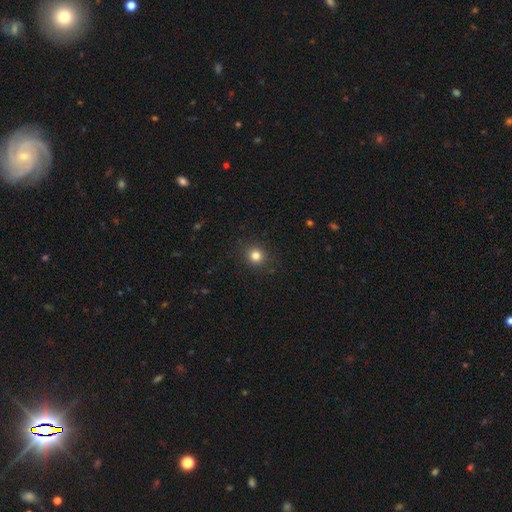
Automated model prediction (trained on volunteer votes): Smooth or featured?
  - smooth: 81% *
  - star or artifact: 13%
  - featured or disk: 6%
How rounded?
  - round: 89% *
  - in between: 10%
  - cigar-shaped: 1%
Merging?
  - none: 90% *
  - minor disturbance: 6%
  - major disturbance: 2%
  - merger: 1%